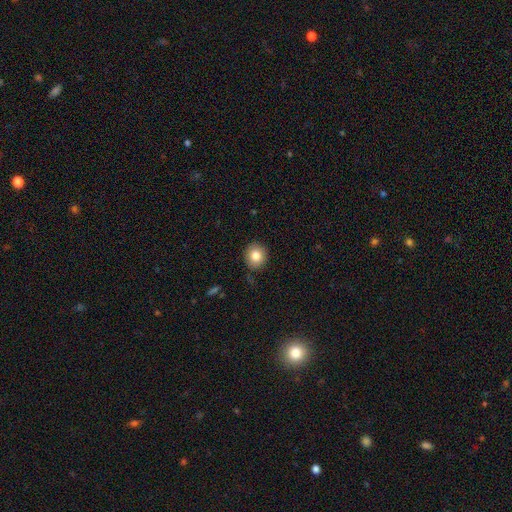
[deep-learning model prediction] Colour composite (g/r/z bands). It shows a smooth galaxy with no disk features (83%) that is round (85%). Merging: none (88%).